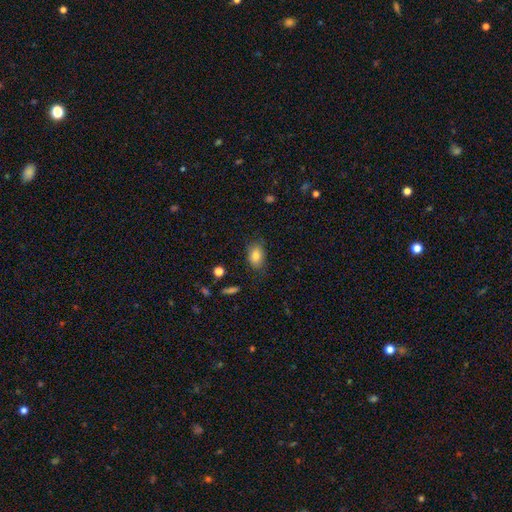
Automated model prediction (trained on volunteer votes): Smooth or featured?
  - smooth: 83% *
  - star or artifact: 9%
  - featured or disk: 8%
How rounded?
  - in between: 83% *
  - round: 15%
  - cigar-shaped: 2%
Merging?
  - none: 78% *
  - minor disturbance: 17%
  - major disturbance: 4%
  - merger: 1%